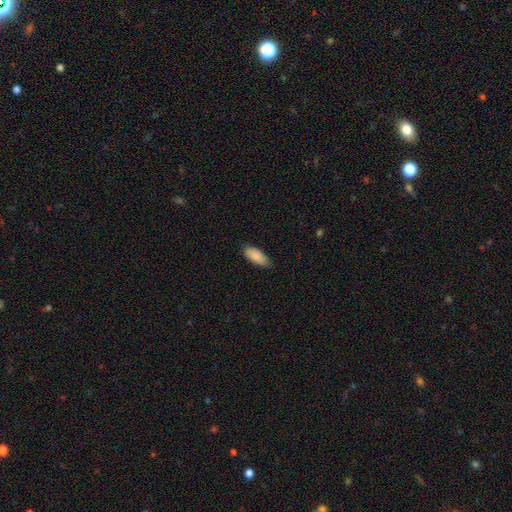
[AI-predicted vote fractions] Q: Smooth or featured?
A: smooth (89%); runner-up: star or artifact (6%)
Q: How rounded?
A: in between (84%); runner-up: cigar-shaped (14%)
Q: Merging?
A: none (78%); runner-up: minor disturbance (18%)